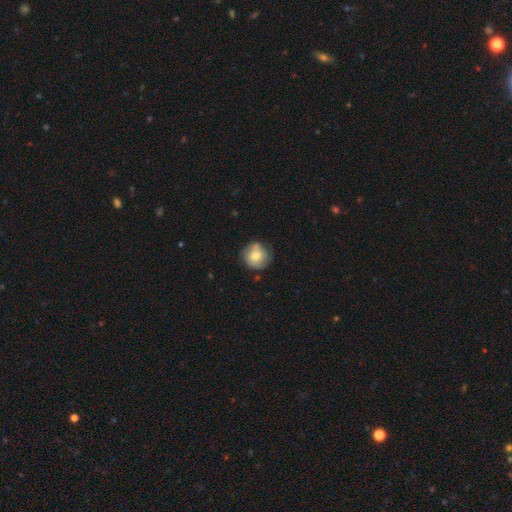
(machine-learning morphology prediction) type=smooth (60%); roundness=round (90%); merging=none (69%).